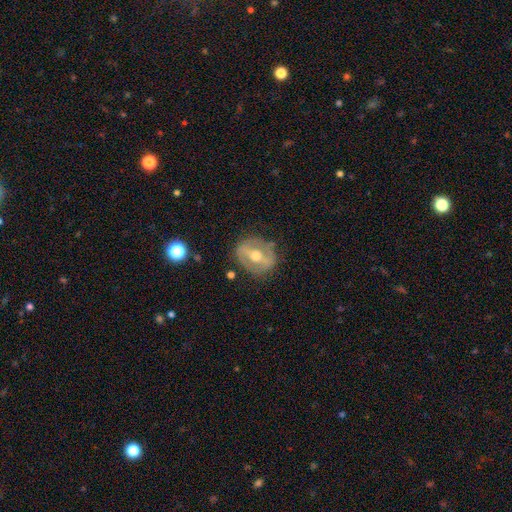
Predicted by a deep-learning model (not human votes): The model was most divided on "bar": strong: 50%, weak: 31%, no: 20%. More confident: edge-on disk — no (92%); merging — none (77%); bulge size — moderate (73%); spiral arms — no (67%); smooth or featured — featured or disk (67%).